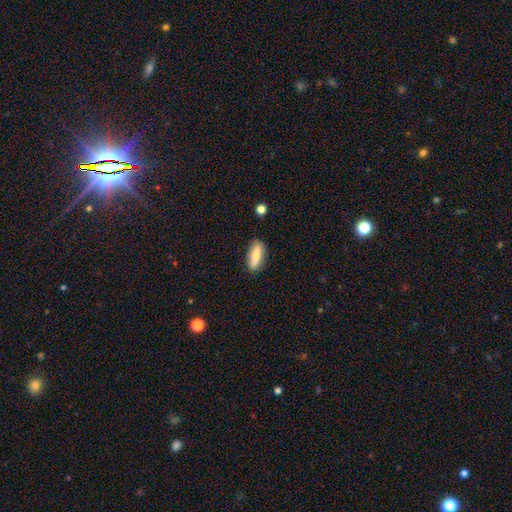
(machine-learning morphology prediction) Smooth or featured? Predicted: smooth (p=0.75). How rounded? Predicted: in between (p=0.57). Merging? Predicted: none (p=0.82).